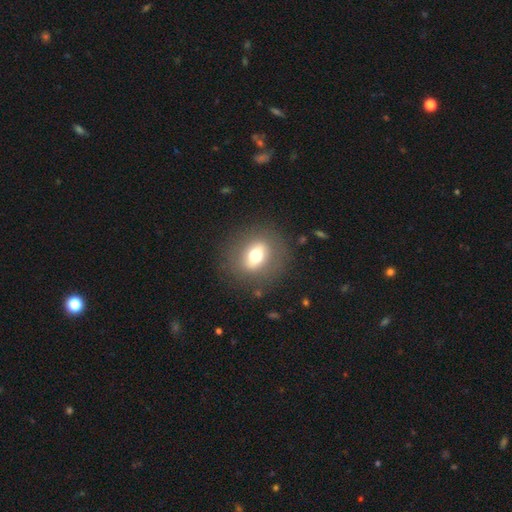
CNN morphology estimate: Smooth or featured?
  - smooth: 56% *
  - featured or disk: 33%
  - star or artifact: 10%
How rounded?
  - round: 55% *
  - in between: 43%
  - cigar-shaped: 2%
Merging?
  - none: 82% *
  - minor disturbance: 10%
  - major disturbance: 6%
  - merger: 1%